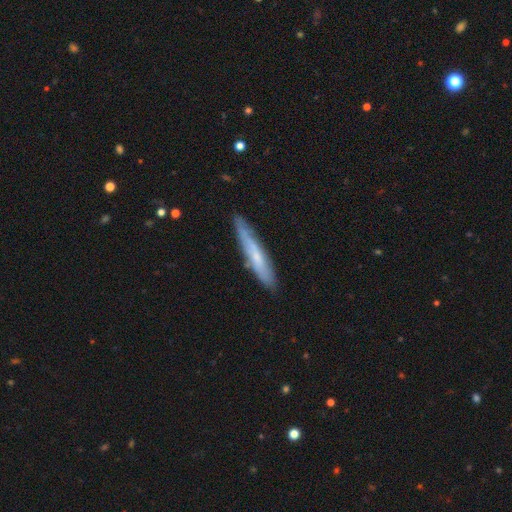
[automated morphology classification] This is possibly a smooth galaxy (50%). Merging: clearly none (80%).